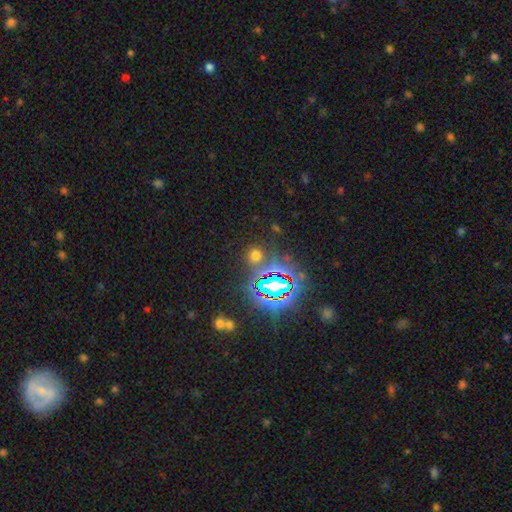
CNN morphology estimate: Overall: smooth (47%; star or artifact 46%). Merging: none (80%).